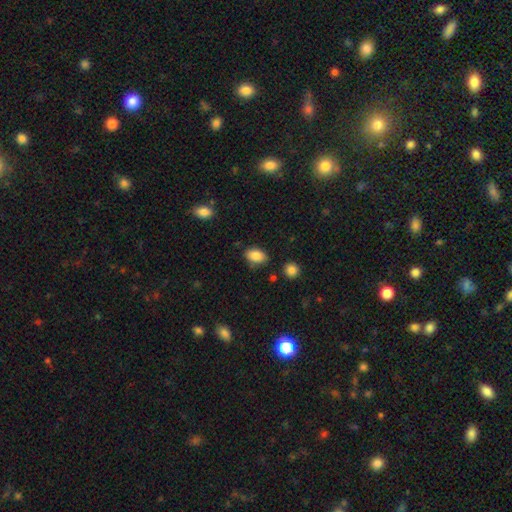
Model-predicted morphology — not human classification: This is clearly a smooth galaxy (87%). How rounded: clearly in between (88%). Merging: clearly none (80%).